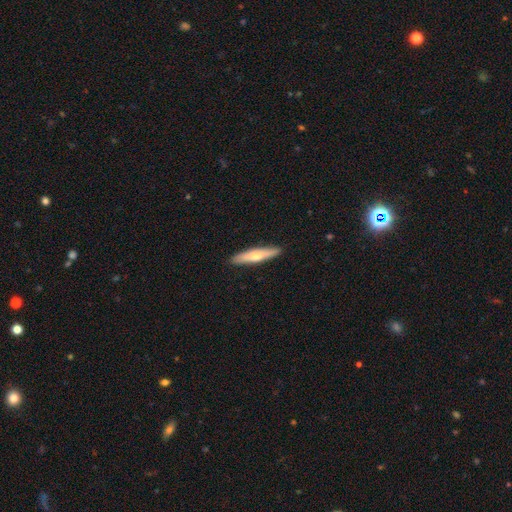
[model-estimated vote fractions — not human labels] Q: Smooth or featured?
A: smooth (57%); runner-up: featured or disk (38%)
Q: How rounded?
A: cigar-shaped (85%); runner-up: in between (13%)
Q: Merging?
A: none (91%); runner-up: minor disturbance (7%)